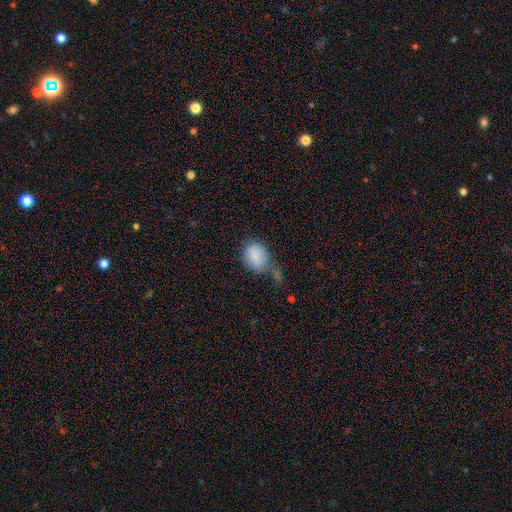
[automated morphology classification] This is clearly a smooth galaxy (85%). How rounded: likely in between (63%). Merging: marginally none (33%).